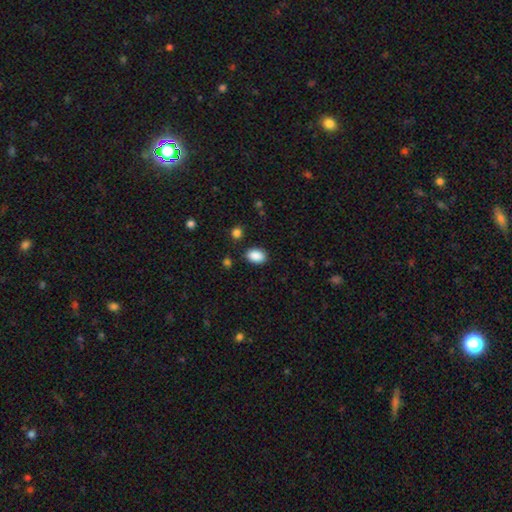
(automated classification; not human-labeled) Smooth or featured? Predicted: smooth (p=0.89). How rounded? Predicted: in between (p=0.86). Merging? Predicted: none (p=0.86).